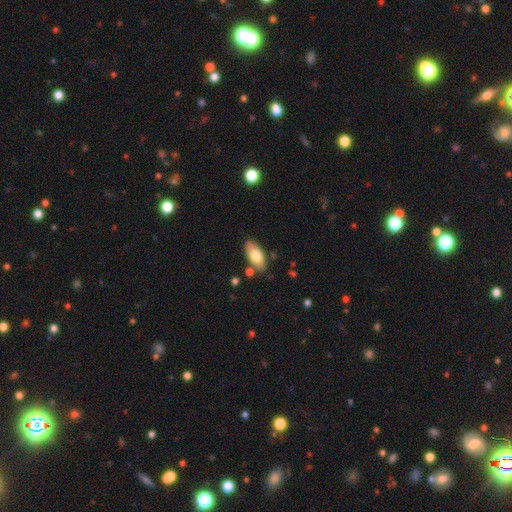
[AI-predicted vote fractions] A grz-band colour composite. It shows a smooth galaxy with no disk features (74%) that is in between round and cigar-shaped (89%). Merging: none (80%).